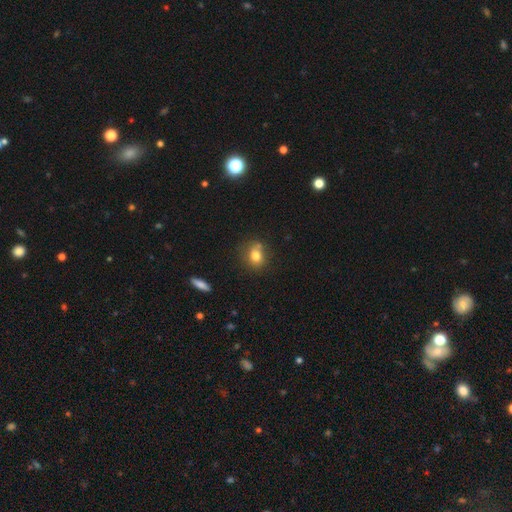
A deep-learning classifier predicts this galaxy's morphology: Overall: smooth (77%). How rounded: round (58%; in between 40%). Merging: none (65%).